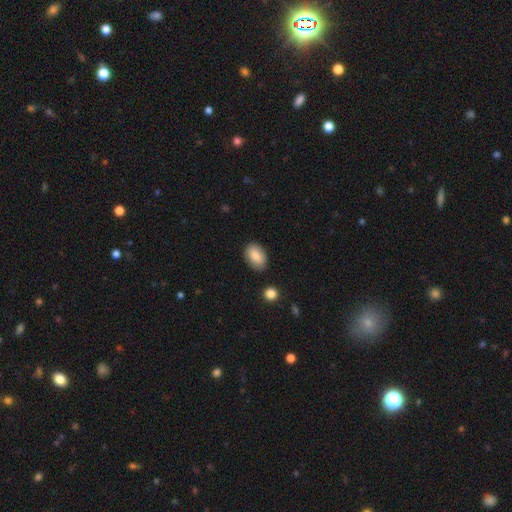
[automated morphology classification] smooth_or_featured: smooth (p=0.86) [alt: star or artifact p=0.07]
how_rounded: in between (p=0.90) [alt: round p=0.09]
merging: none (p=0.84) [alt: minor disturbance p=0.11]